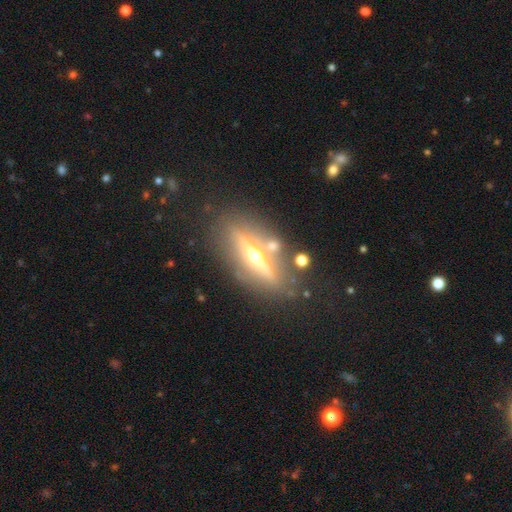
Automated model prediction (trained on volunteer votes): A featured or disk galaxy (76%) viewed edge-on (90%) with a rounded central bulge (96%). Merging: none (80%).